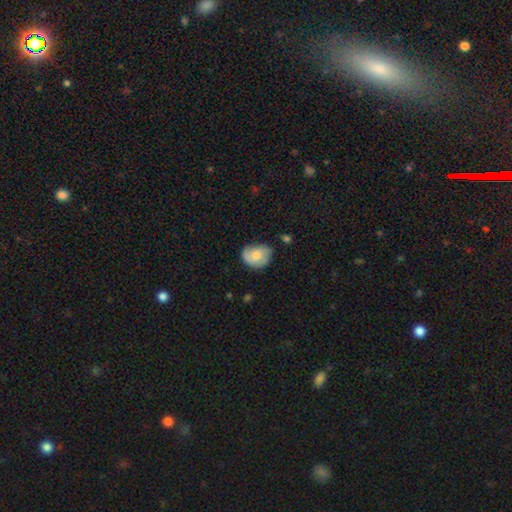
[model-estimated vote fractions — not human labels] Smooth or featured?
  - smooth: 58% *
  - featured or disk: 35%
  - star or artifact: 7%
How rounded?
  - round: 52% *
  - in between: 47%
  - cigar-shaped: 1%
Merging?
  - none: 55% *
  - minor disturbance: 32%
  - major disturbance: 10%
  - merger: 3%